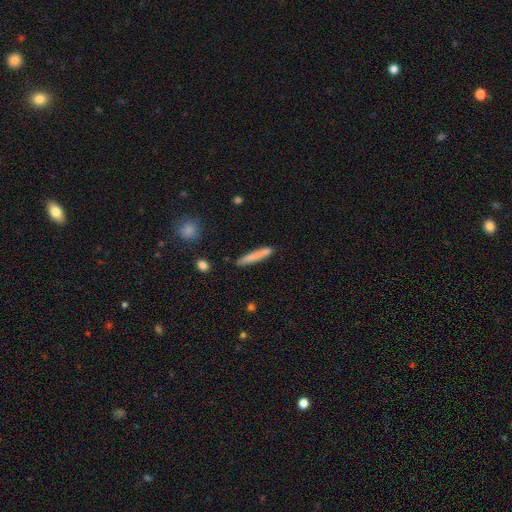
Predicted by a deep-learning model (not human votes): Smooth or featured: smooth — 76% (featured or disk — 18%)
How rounded: cigar-shaped — 94% (in between — 5%)
Merging: none — 84% (minor disturbance — 10%)